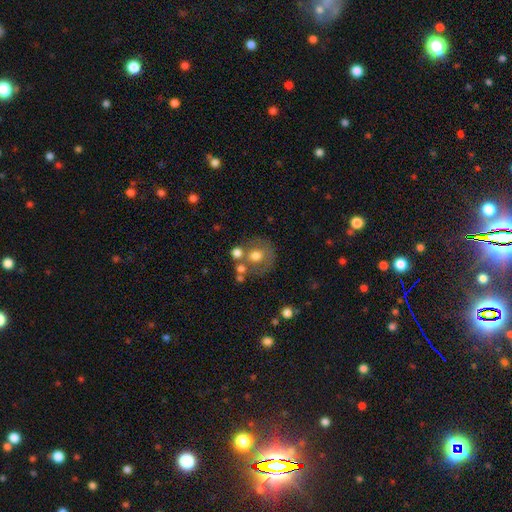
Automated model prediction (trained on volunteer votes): A smooth galaxy with no disk features (60%) that is round (83%). Merging: none (54%).